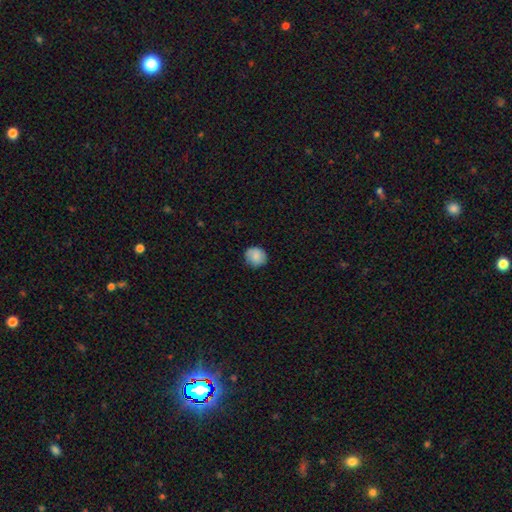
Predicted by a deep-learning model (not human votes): Q: Smooth or featured?
A: smooth (84%); runner-up: featured or disk (8%)
Q: How rounded?
A: round (88%); runner-up: in between (11%)
Q: Merging?
A: none (82%); runner-up: minor disturbance (14%)